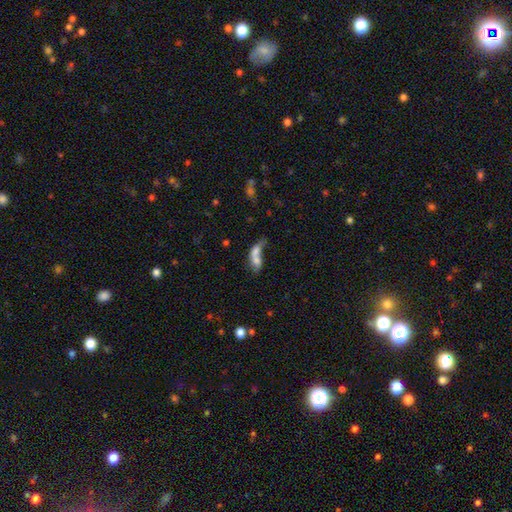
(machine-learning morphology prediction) Q: Smooth or featured?
A: smooth (60%); runner-up: featured or disk (29%)
Q: How rounded?
A: in between (68%); runner-up: cigar-shaped (19%)
Q: Merging?
A: merger (68%); runner-up: none (14%)